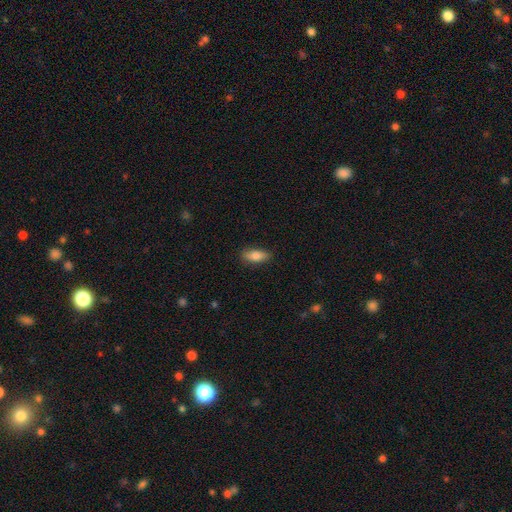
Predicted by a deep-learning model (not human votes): Morphology: type=smooth (79%); roundness=in between (77%); merging=none (86%).